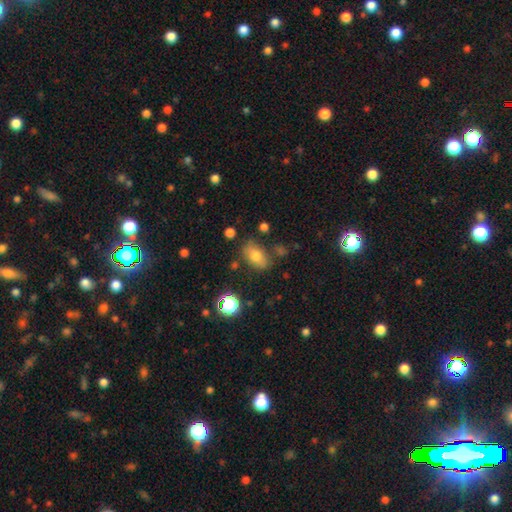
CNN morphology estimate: This appears to be a smooth galaxy with no disk features (72%) that is in between round and cigar-shaped (83%). Merging: none (72%).